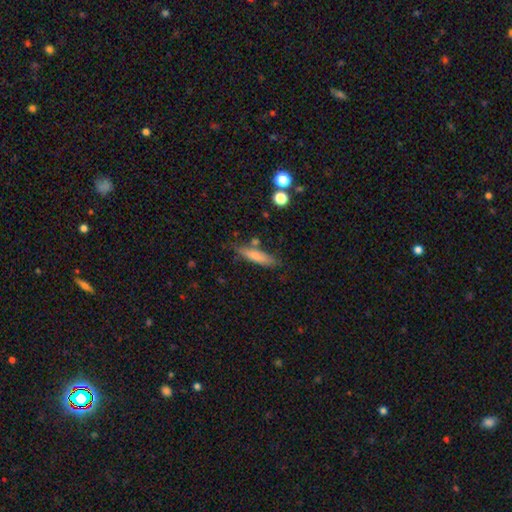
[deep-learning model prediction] A smooth galaxy with no disk features (77%) that is cigar-shaped (77%).

Vote fractions:
- Smooth or featured? smooth: 77% / featured or disk: 16% / star or artifact: 7%
- How rounded? cigar-shaped: 77% / in between: 22% / round: 2%
- Merging? none: 73% / minor disturbance: 17% / merger: 6% / major disturbance: 4%